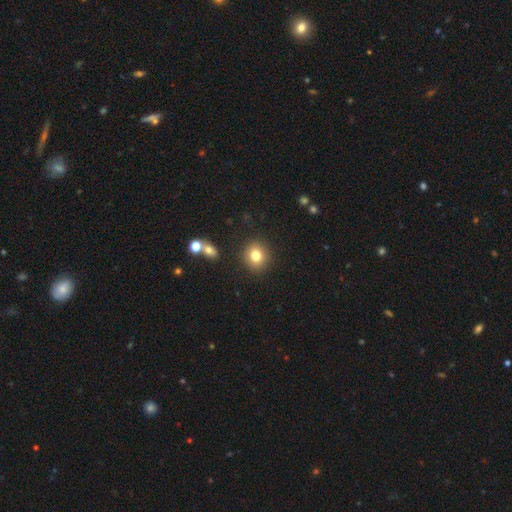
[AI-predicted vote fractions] This is likely a smooth galaxy (80%). How rounded: clearly round (84%). Merging: clearly none (88%).